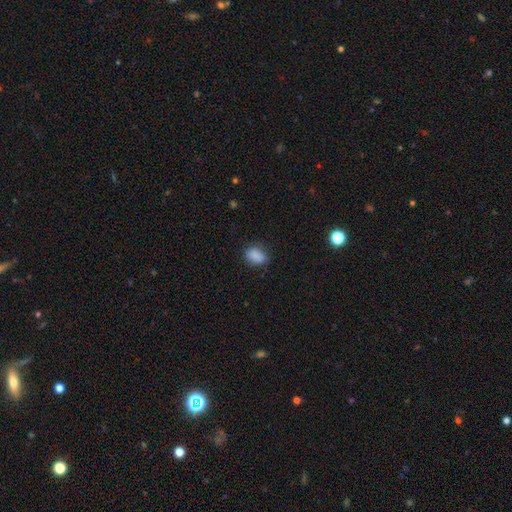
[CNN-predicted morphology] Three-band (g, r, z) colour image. It shows a smooth galaxy with no disk features (87%) that is in between round and cigar-shaped (73%). Merging: none (78%).